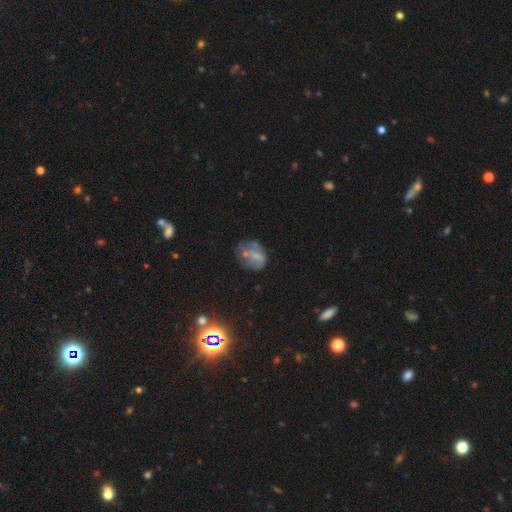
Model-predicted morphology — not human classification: The model was most divided on "smooth or featured": featured or disk: 44%, smooth: 43%, star or artifact: 13%. Remaining: merging — none (41%).